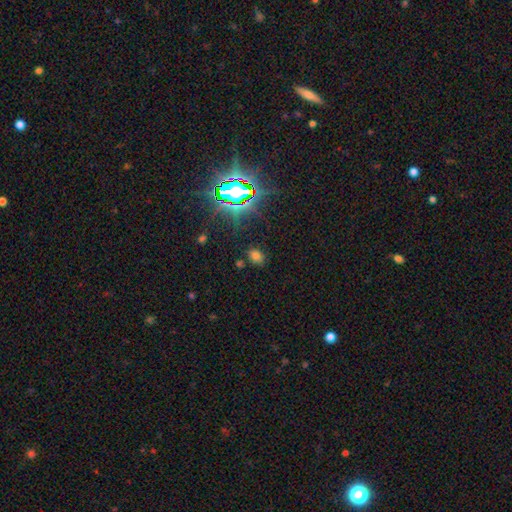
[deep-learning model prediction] Smooth or featured: smooth — 61% (star or artifact — 31%)
How rounded: in between — 59% (round — 39%)
Merging: none — 81% (minor disturbance — 11%)